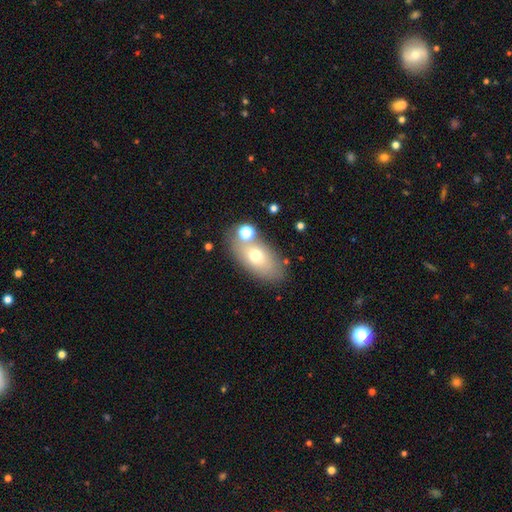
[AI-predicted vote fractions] This is likely a smooth galaxy (66%). How rounded: clearly in between (87%). Merging: likely none (68%).